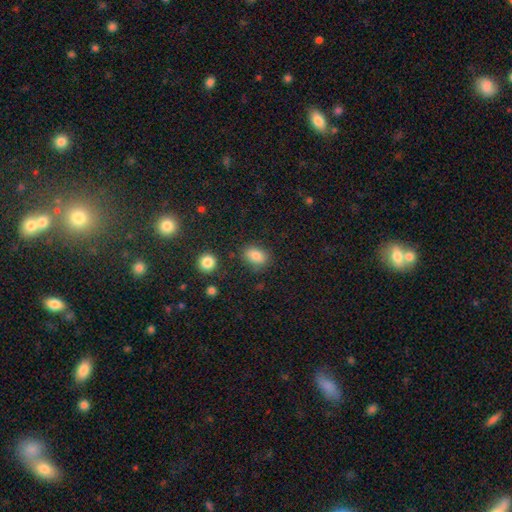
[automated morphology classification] Smooth or featured? Predicted: smooth (p=0.83). How rounded? Predicted: in between (p=0.80). Merging? Predicted: none (p=0.80).